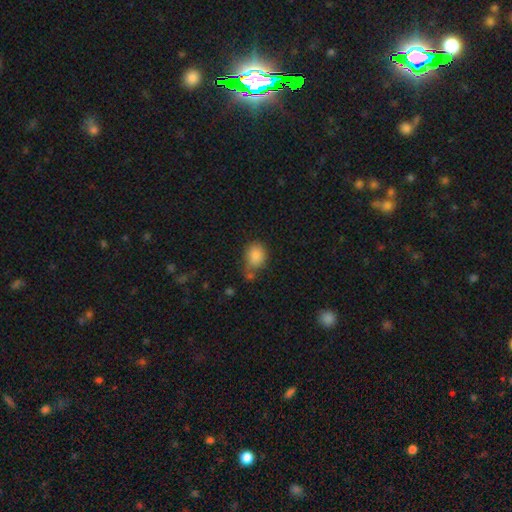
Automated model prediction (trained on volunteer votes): Smooth or featured?
  - smooth: 86% *
  - star or artifact: 9%
  - featured or disk: 5%
How rounded?
  - in between: 53% *
  - round: 45%
  - cigar-shaped: 1%
Merging?
  - none: 58% *
  - minor disturbance: 21%
  - merger: 15%
  - major disturbance: 7%